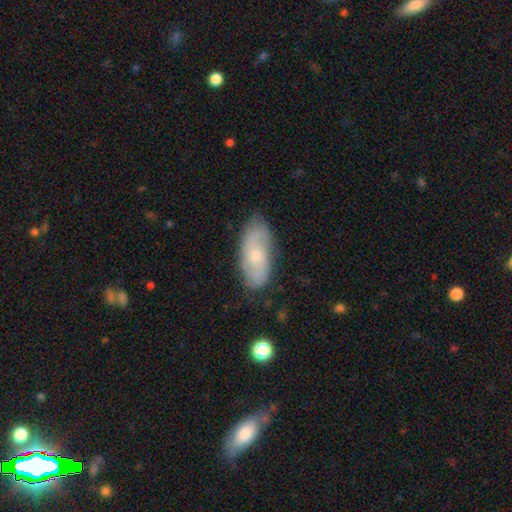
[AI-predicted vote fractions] Smooth or featured: featured or disk — 51% (smooth — 43%)
Edge-on disk: no — 89% (yes — 11%)
Merging: none — 75% (minor disturbance — 19%)